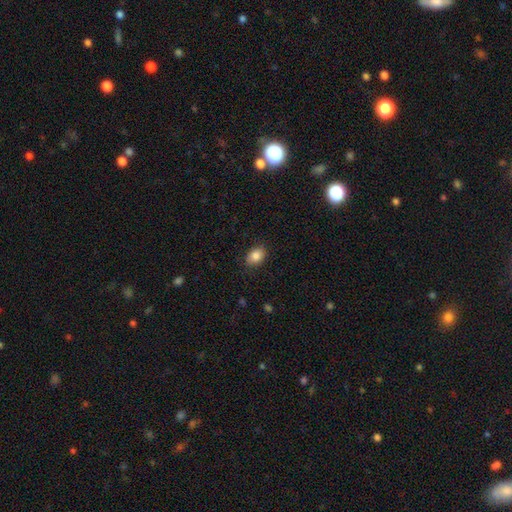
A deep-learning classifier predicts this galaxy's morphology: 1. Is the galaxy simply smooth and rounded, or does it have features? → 86% smooth, 8% star or artifact, 6% featured or disk.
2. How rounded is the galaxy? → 79% in between, 20% round, 1% cigar-shaped.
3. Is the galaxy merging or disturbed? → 85% none, 12% minor disturbance, 3% major disturbance, 1% merger.